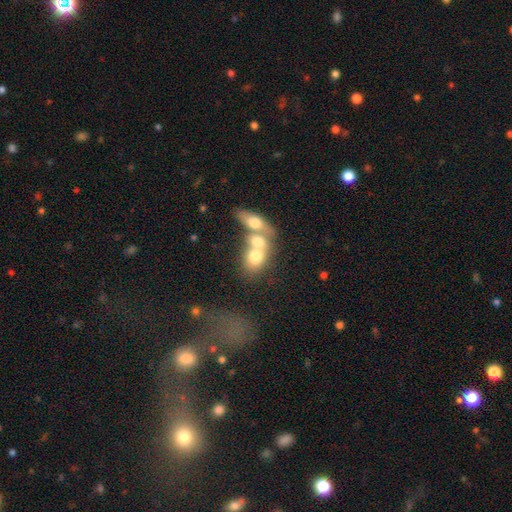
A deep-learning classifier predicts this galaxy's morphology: Q: Smooth or featured?
A: smooth (67%); runner-up: featured or disk (25%)
Q: How rounded?
A: in between (69%); runner-up: round (28%)
Q: Merging?
A: merger (70%); runner-up: none (19%)